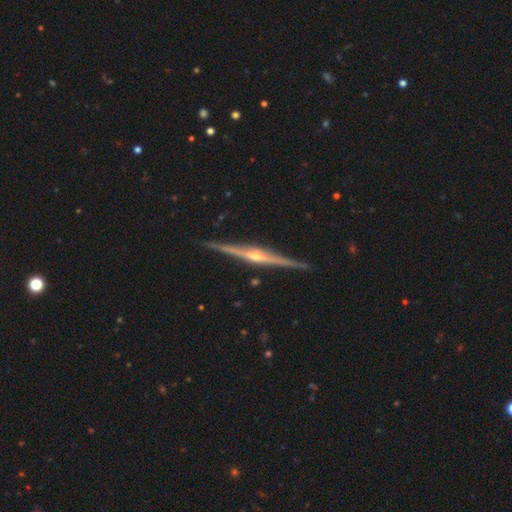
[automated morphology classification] This appears to be a featured or disk galaxy (90%) viewed edge-on (99%) with a rounded central bulge (89%). Merging: none (91%).